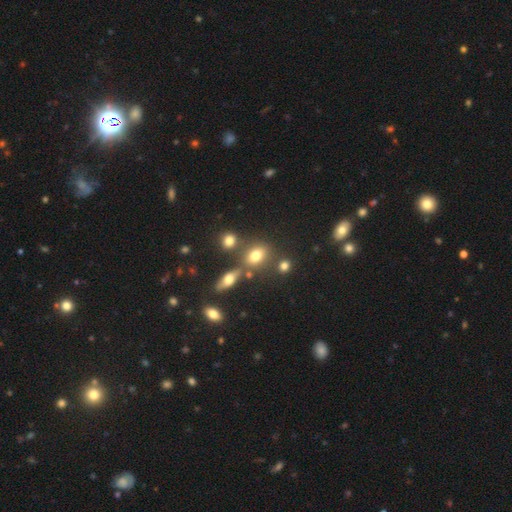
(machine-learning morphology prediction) This appears to be a smooth galaxy with no disk features (73%) that is in between round and cigar-shaped (67%). Merging: none (64%).